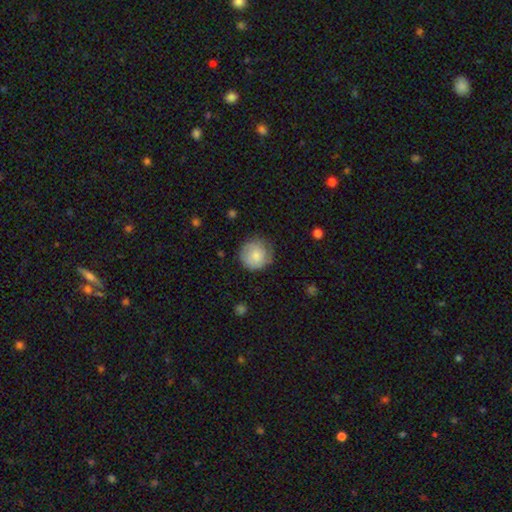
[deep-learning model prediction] The model was most divided on "merging": none: 75%, minor disturbance: 19%, major disturbance: 5%, merger: 1%. More confident: how rounded — round (93%); smooth or featured — smooth (80%).